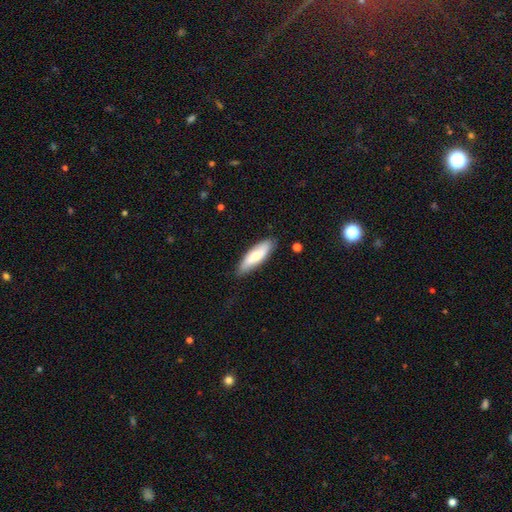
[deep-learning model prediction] Smooth or featured?
  - smooth: 69% *
  - featured or disk: 26%
  - star or artifact: 5%
How rounded?
  - in between: 51% *
  - cigar-shaped: 47%
  - round: 2%
Merging?
  - none: 83% *
  - minor disturbance: 13%
  - major disturbance: 2%
  - merger: 1%